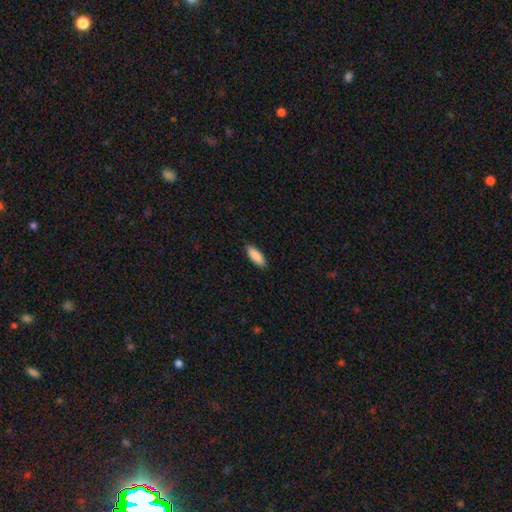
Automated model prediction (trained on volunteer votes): smooth_or_featured: smooth (p=0.90) [alt: star or artifact p=0.06]
how_rounded: in between (p=0.65) [alt: cigar-shaped p=0.34]
merging: none (p=0.88) [alt: minor disturbance p=0.09]